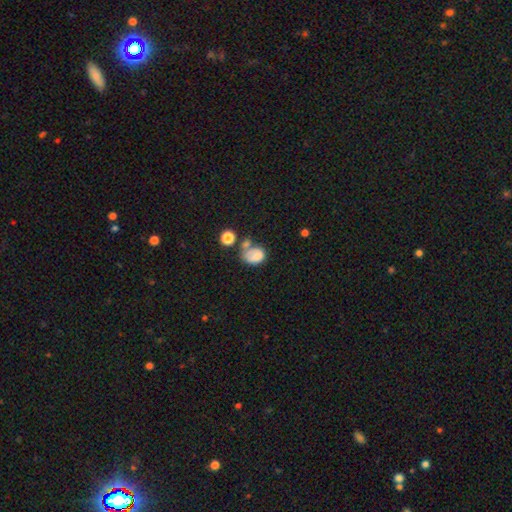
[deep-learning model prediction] smooth 68%, featured or disk 20%, star or artifact 12%. Down the decision tree: how rounded — in between (63%); merging — none (30%).